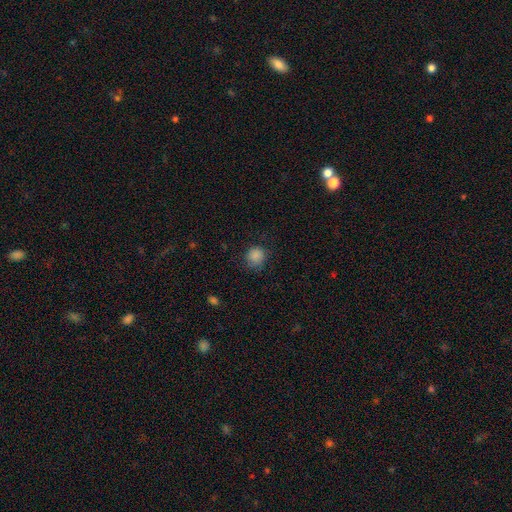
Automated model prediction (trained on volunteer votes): A smooth galaxy with no disk features (86%) that is round (86%).

Vote fractions:
- Smooth or featured? smooth: 86% / star or artifact: 10% / featured or disk: 4%
- How rounded? round: 86% / in between: 13% / cigar-shaped: 1%
- Merging? none: 76% / minor disturbance: 18% / major disturbance: 5% / merger: 1%